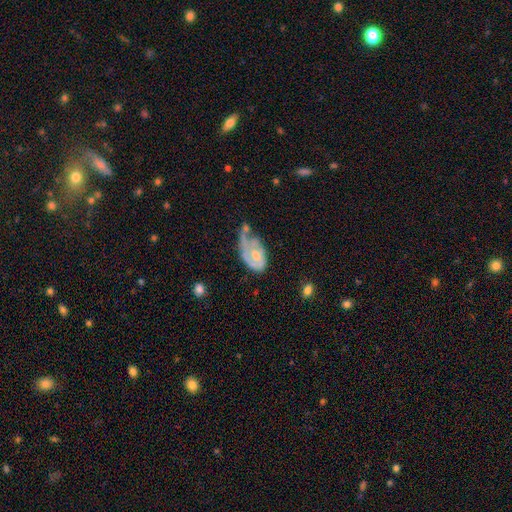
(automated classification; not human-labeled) Overall: featured or disk (63%; smooth 31%). Edge-on disk: no (96%). Bar: no (72%). Spiral arms: yes (66%; no 34%). Bulge size: moderate (51%; small 39%). Merging: major disturbance (39%; minor disturbance 27%).